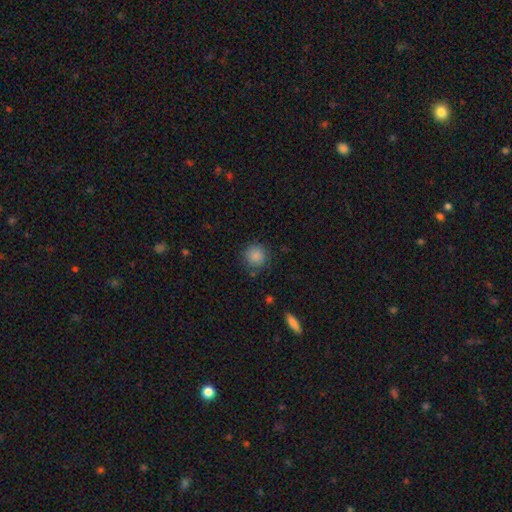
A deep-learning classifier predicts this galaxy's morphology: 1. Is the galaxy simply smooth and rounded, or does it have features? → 85% smooth, 9% star or artifact, 6% featured or disk.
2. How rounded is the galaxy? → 93% round, 6% in between, 1% cigar-shaped.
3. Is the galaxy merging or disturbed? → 82% none, 12% minor disturbance, 4% major disturbance, 2% merger.